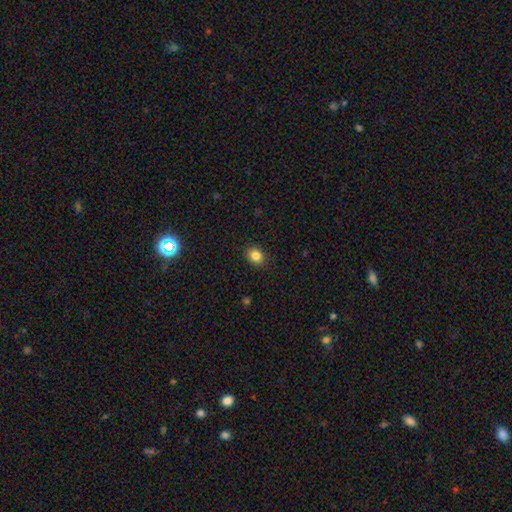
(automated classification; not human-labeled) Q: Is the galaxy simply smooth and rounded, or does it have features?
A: smooth — 84%.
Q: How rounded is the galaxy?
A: round — 58%.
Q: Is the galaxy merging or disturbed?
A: none — 90%.